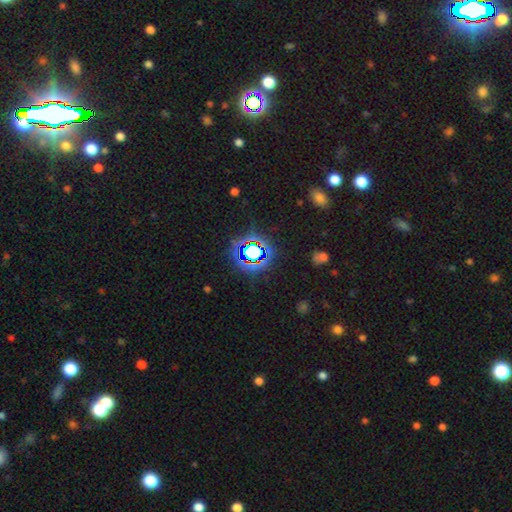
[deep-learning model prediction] This is likely a star or artifact rather than a galaxy (78%).